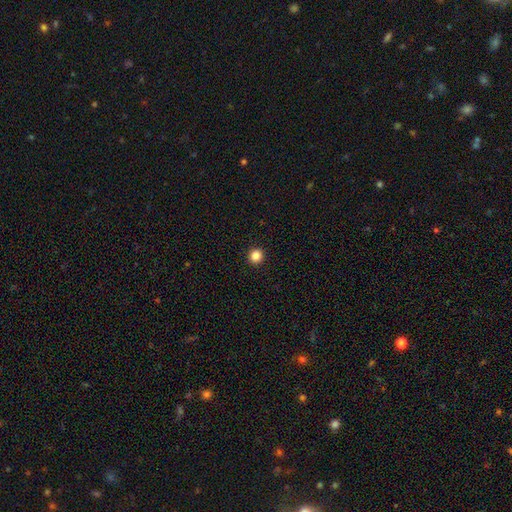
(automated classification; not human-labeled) Smooth or featured? smooth (85%)
How rounded? round (93%)
Merging? none (94%)